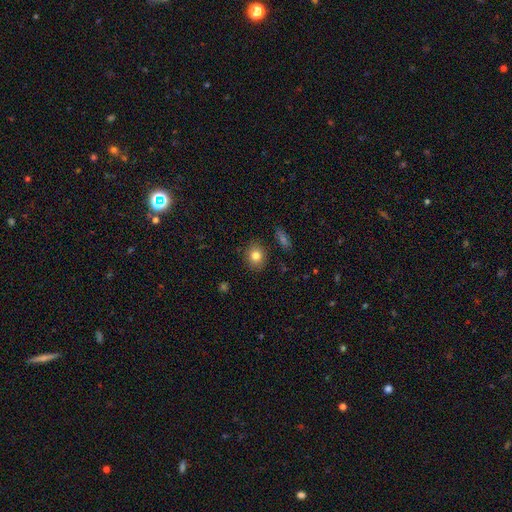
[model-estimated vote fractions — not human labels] Smooth or featured: smooth — 81% (star or artifact — 10%)
How rounded: round — 68% (in between — 31%)
Merging: none — 87% (minor disturbance — 9%)